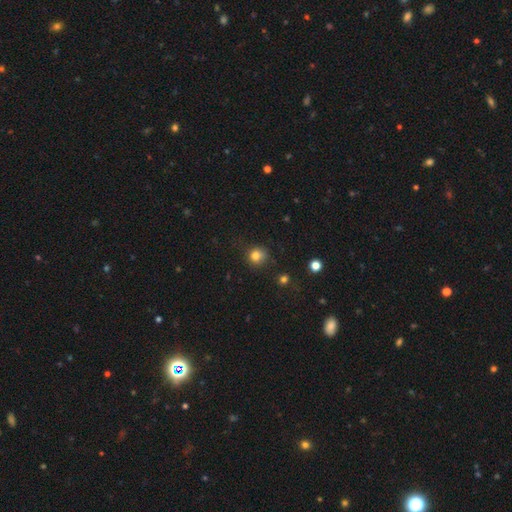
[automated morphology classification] Smooth or featured?
  - smooth: 80% *
  - star or artifact: 14%
  - featured or disk: 6%
How rounded?
  - round: 85% *
  - in between: 14%
  - cigar-shaped: 1%
Merging?
  - none: 75% *
  - minor disturbance: 17%
  - major disturbance: 5%
  - merger: 3%